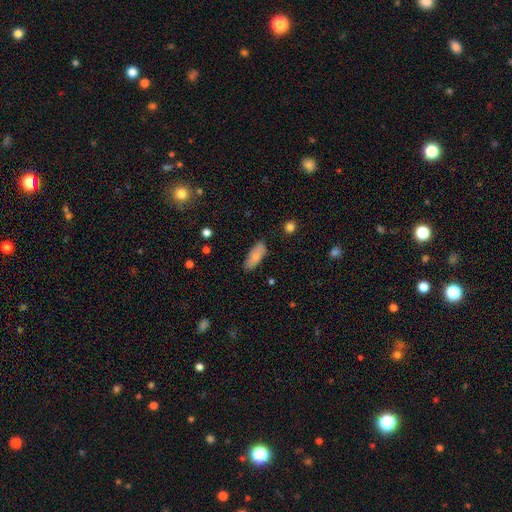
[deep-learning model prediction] Smooth or featured? Predicted: smooth (p=0.78). How rounded? Predicted: in between (p=0.78). Merging? Predicted: none (p=0.81).